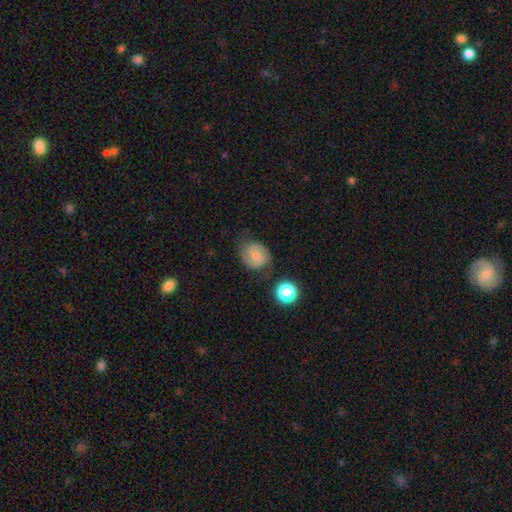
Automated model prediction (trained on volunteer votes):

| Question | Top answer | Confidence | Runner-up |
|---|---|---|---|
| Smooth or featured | featured or disk | 66% | smooth (25%) |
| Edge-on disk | no | 98% | yes (2%) |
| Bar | weak | 46% | no (44%) |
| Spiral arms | yes | 95% | no (5%) |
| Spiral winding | medium | 50% | tight (37%) |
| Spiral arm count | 2 | 85% | can't tell (7%) |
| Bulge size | small | 48% | none (27%) |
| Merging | none | 72% | minor disturbance (18%) |